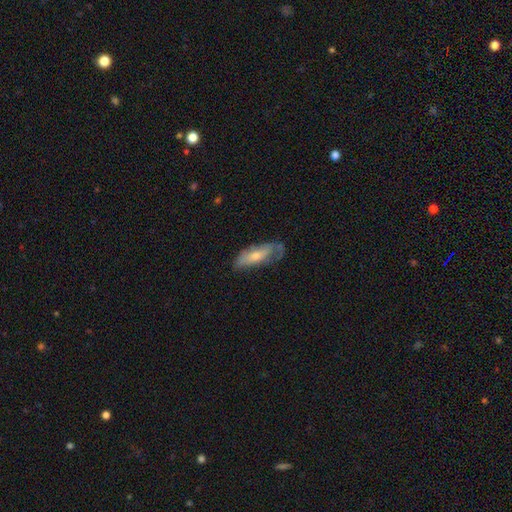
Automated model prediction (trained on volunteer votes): This is possibly a featured or disk galaxy (49%). Merging: possibly none (48%).